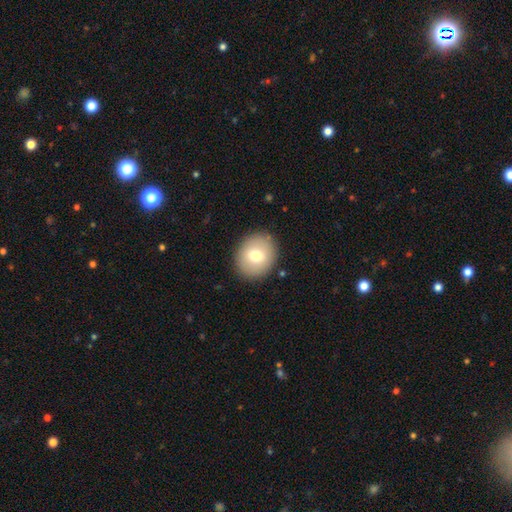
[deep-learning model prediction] A smooth galaxy with no disk features (73%) that is round (67%). Merging: none (88%).